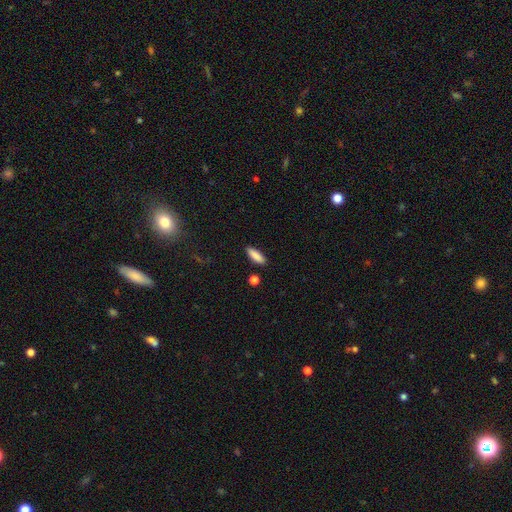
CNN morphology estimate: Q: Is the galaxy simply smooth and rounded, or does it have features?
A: smooth — 87%.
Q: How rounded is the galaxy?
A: in between — 50%.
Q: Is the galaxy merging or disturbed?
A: none — 86%.